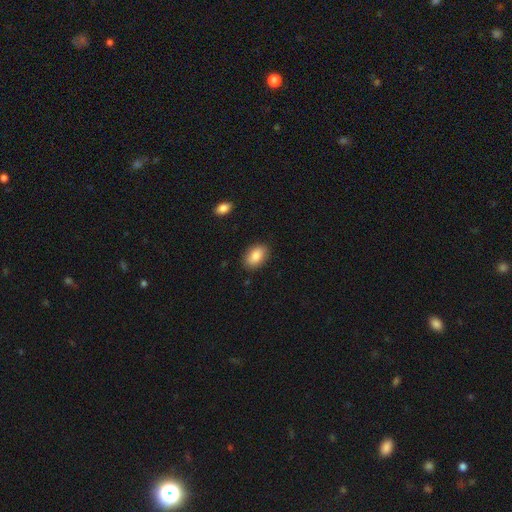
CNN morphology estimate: A smooth galaxy with no disk features (86%) that is in between round and cigar-shaped (89%).

Vote fractions:
- Smooth or featured? smooth: 86% / star or artifact: 7% / featured or disk: 7%
- How rounded? in between: 89% / round: 9% / cigar-shaped: 2%
- Merging? none: 87% / minor disturbance: 10% / major disturbance: 2% / merger: 1%